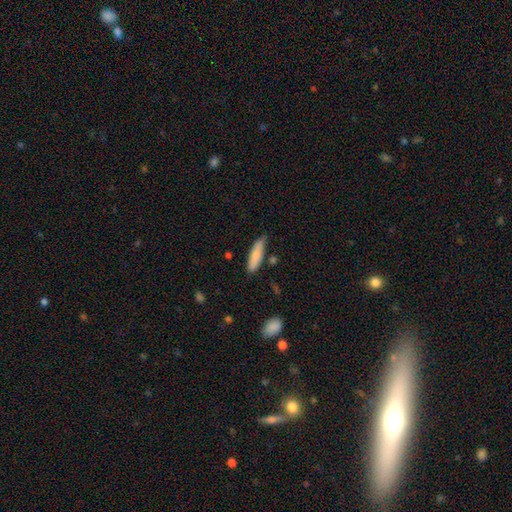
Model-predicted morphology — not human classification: Smooth or featured?
  - smooth: 79% *
  - featured or disk: 15%
  - star or artifact: 6%
How rounded?
  - cigar-shaped: 63% *
  - in between: 35%
  - round: 2%
Merging?
  - none: 68% *
  - minor disturbance: 25%
  - major disturbance: 4%
  - merger: 4%